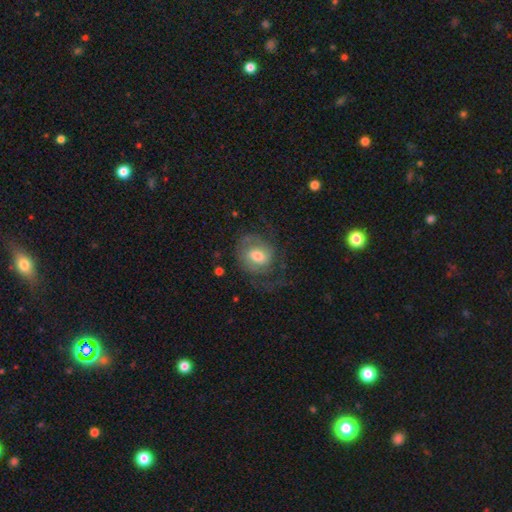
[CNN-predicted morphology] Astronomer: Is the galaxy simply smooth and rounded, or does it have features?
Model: featured or disk — 64%.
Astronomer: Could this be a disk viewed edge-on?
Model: no — 97%.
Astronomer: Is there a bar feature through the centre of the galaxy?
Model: weak — 46% (runner-up: no, 42%).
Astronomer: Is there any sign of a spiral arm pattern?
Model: yes — 84%.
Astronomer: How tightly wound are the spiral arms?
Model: medium — 42% (runner-up: tight, 33%).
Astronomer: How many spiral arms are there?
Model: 2 — 56%.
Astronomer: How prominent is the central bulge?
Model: moderate — 63%.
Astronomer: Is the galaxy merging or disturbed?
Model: none — 54%.